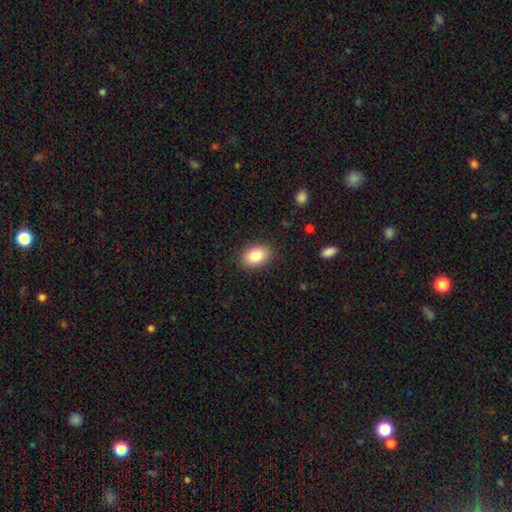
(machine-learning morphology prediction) Q: Smooth or featured?
A: smooth (84%); runner-up: featured or disk (8%)
Q: How rounded?
A: in between (81%); runner-up: round (18%)
Q: Merging?
A: none (88%); runner-up: minor disturbance (9%)